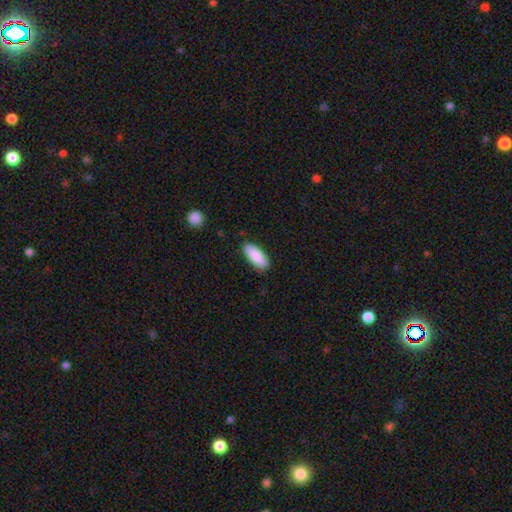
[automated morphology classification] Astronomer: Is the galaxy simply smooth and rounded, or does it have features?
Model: smooth — 89%.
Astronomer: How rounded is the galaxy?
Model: in between — 81%.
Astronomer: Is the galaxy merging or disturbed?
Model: none — 86%.